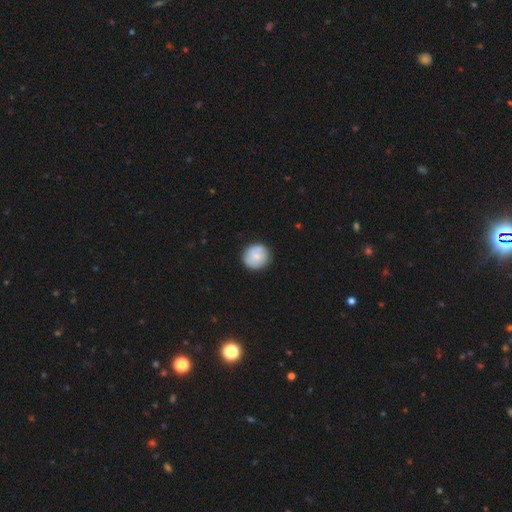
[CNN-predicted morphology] This is likely a smooth galaxy (74%). How rounded: clearly round (90%). Merging: clearly none (85%).